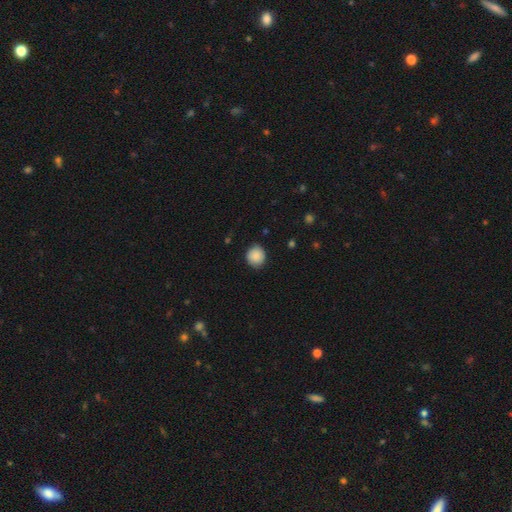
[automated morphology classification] Smooth or featured?
  - smooth: 87% *
  - star or artifact: 8%
  - featured or disk: 5%
How rounded?
  - round: 84% *
  - in between: 15%
  - cigar-shaped: 1%
Merging?
  - none: 84% *
  - minor disturbance: 12%
  - major disturbance: 2%
  - merger: 1%